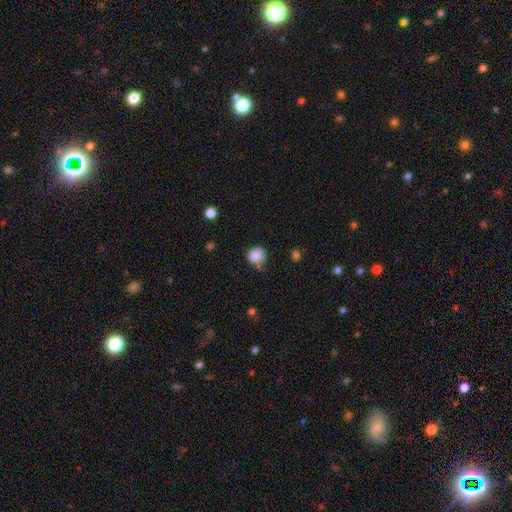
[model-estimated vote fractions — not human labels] smooth-or-featured: smooth: 85% | star or artifact: 10% | featured or disk: 5%
  how-rounded: round: 81% | in between: 18% | cigar-shaped: 1%
  merging: none: 61% | minor disturbance: 24% | merger: 8% | major disturbance: 7%